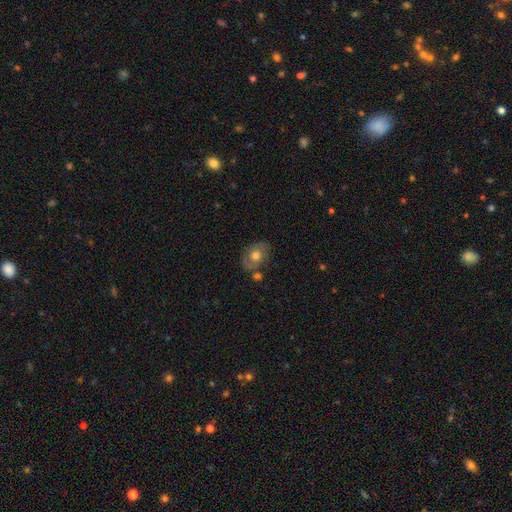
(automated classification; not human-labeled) A smooth galaxy with no disk features (59%) that is in between round and cigar-shaped (72%). Merging: none (65%).